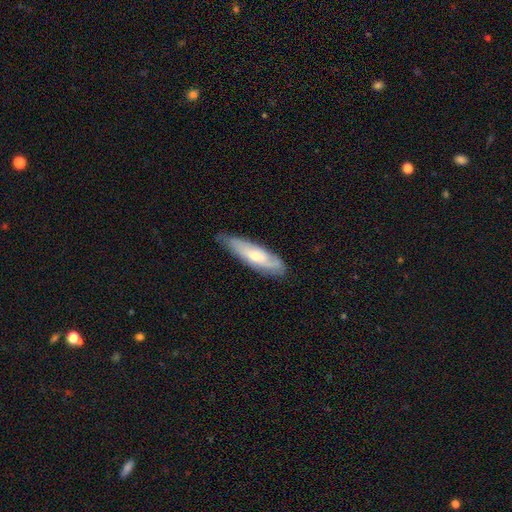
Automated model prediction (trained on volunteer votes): Morphology: type=smooth (48%); merging=none (71%).